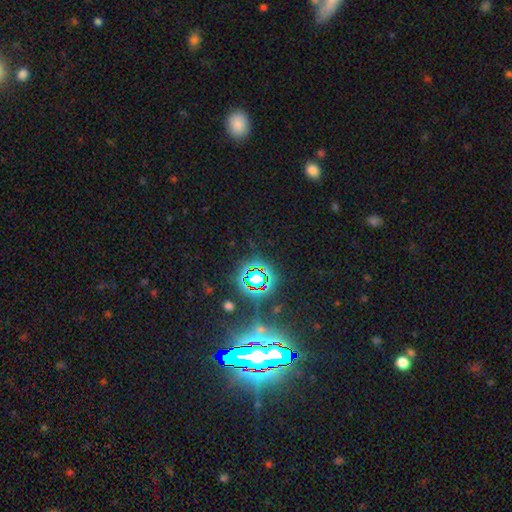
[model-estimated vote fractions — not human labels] Smooth or featured?
  - star or artifact: 81% *
  - smooth: 11%
  - featured or disk: 8%